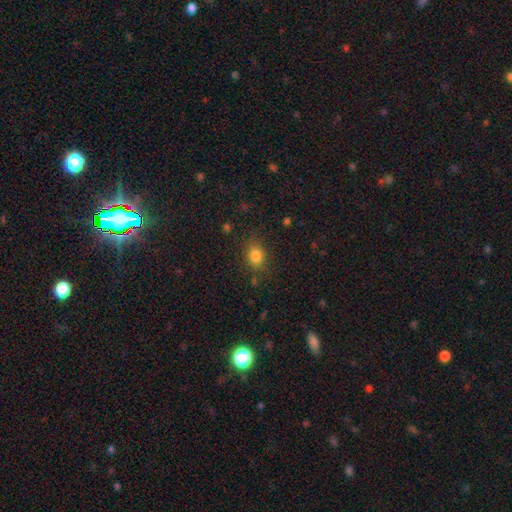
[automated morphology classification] smooth_or_featured: smooth (p=0.82) [alt: star or artifact p=0.12]
how_rounded: in between (p=0.50) [alt: round p=0.48]
merging: none (p=0.81) [alt: minor disturbance p=0.13]